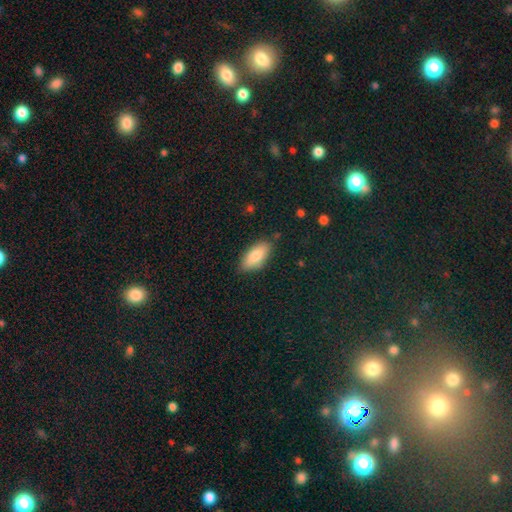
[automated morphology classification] The model was most divided on "smooth or featured": smooth: 80%, featured or disk: 13%, star or artifact: 7%. More confident: how rounded — in between (86%); merging — none (84%).